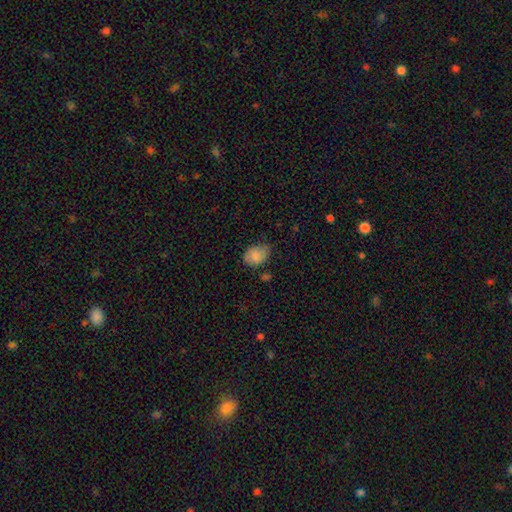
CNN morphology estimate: A smooth galaxy with no disk features (83%) that is in between round and cigar-shaped (69%). Merging: none (60%).